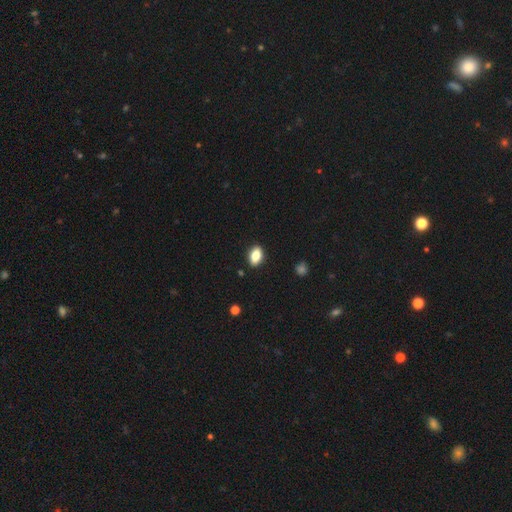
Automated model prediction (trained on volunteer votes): smooth_or_featured: smooth (p=0.81) [alt: featured or disk p=0.11]
how_rounded: in between (p=0.87) [alt: round p=0.10]
merging: none (p=0.88) [alt: minor disturbance p=0.09]